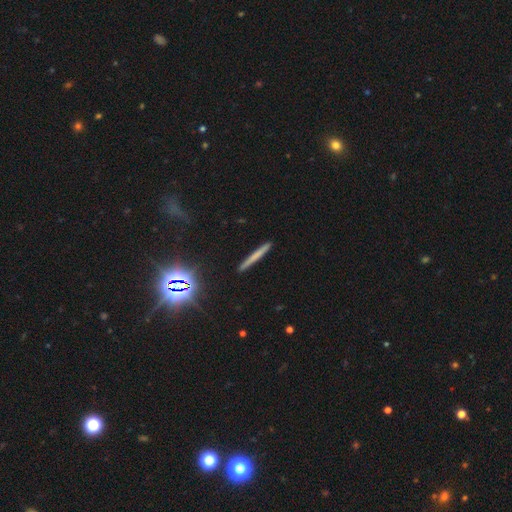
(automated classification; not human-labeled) A smooth galaxy with no disk features (57%) that is cigar-shaped (95%).

Vote fractions:
- Smooth or featured? smooth: 57% / featured or disk: 30% / star or artifact: 13%
- How rounded? cigar-shaped: 95% / in between: 3% / round: 2%
- Merging? none: 90% / minor disturbance: 7% / major disturbance: 2% / merger: 1%